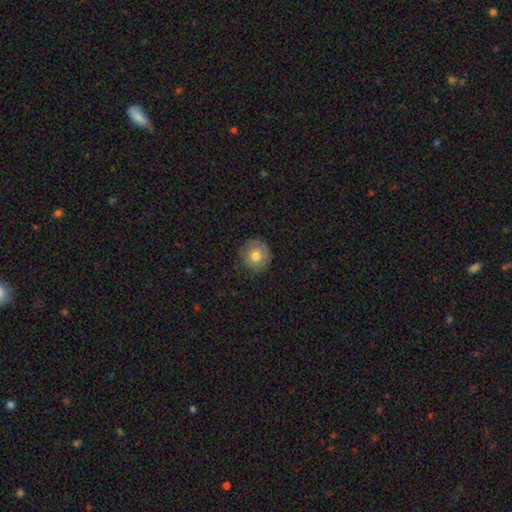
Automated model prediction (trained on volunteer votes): This is likely a smooth galaxy (72%). How rounded: clearly round (92%). Merging: clearly none (83%).